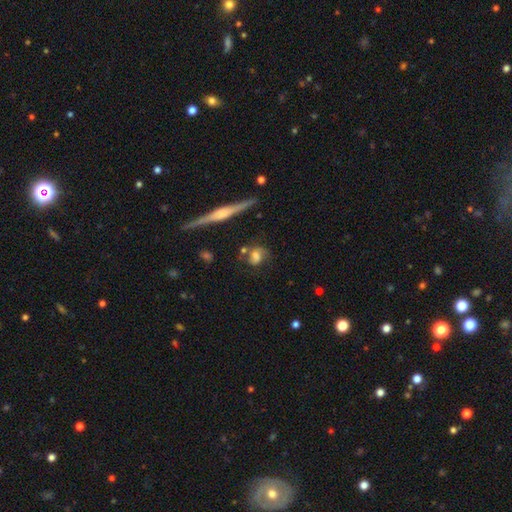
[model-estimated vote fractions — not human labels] Smooth or featured?
  - smooth: 45% * (tied)
  - featured or disk: 45% * (tied)
  - star or artifact: 10%
Merging?
  - none: 56% *
  - minor disturbance: 23%
  - major disturbance: 12%
  - merger: 9%